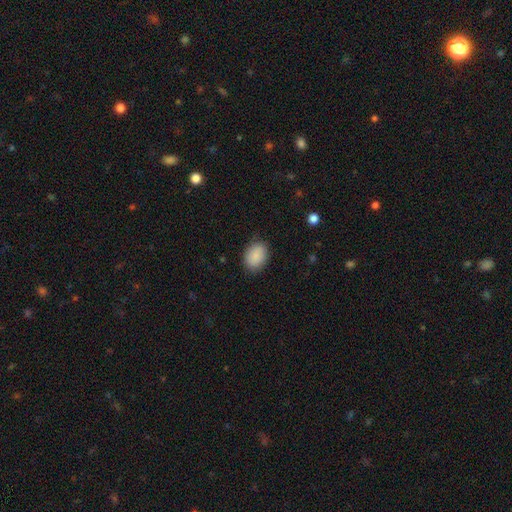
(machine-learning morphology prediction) Overall: smooth (89%). How rounded: in between (74%). Merging: none (83%).